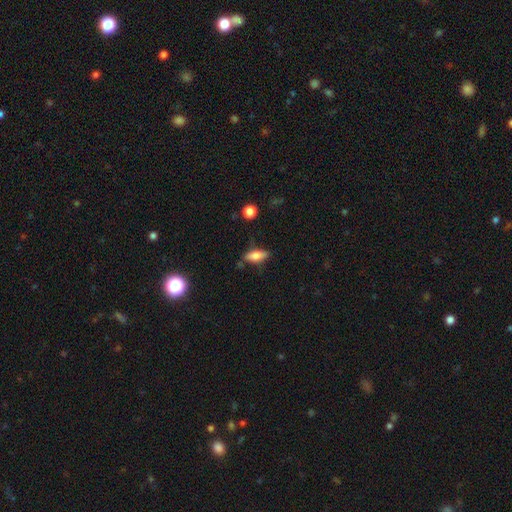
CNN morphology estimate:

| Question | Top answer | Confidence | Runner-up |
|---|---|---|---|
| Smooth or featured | smooth | 68% | featured or disk (24%) |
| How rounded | in between | 66% | cigar-shaped (31%) |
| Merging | none | 73% | minor disturbance (20%) |